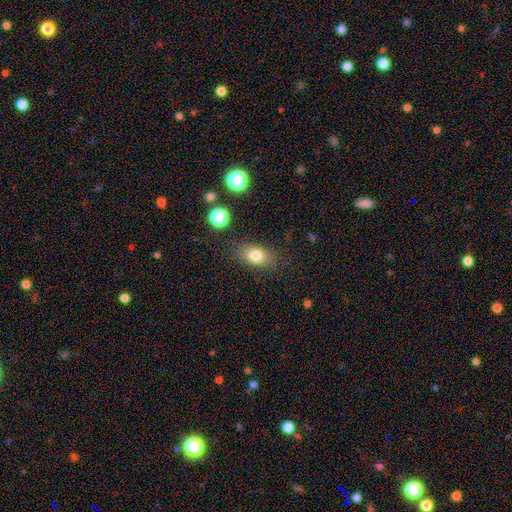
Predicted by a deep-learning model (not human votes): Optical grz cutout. It shows a smooth galaxy with no disk features (79%) that is in between round and cigar-shaped (82%). Merging: none (81%).